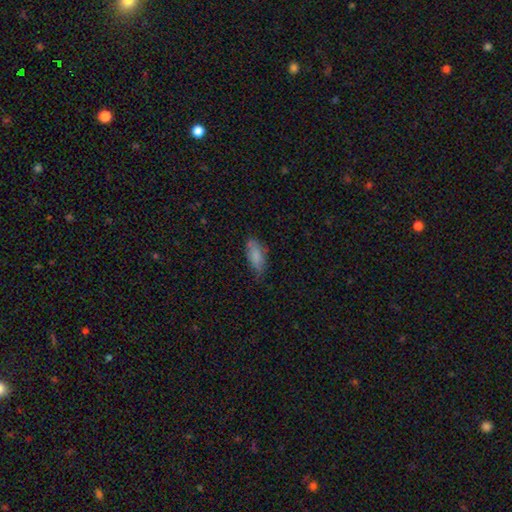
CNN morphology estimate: smooth-or-featured: smooth: 80% | featured or disk: 12% | star or artifact: 8%
  how-rounded: in between: 79% | cigar-shaped: 18% | round: 2%
  merging: none: 59% | minor disturbance: 32% | major disturbance: 7% | merger: 2%